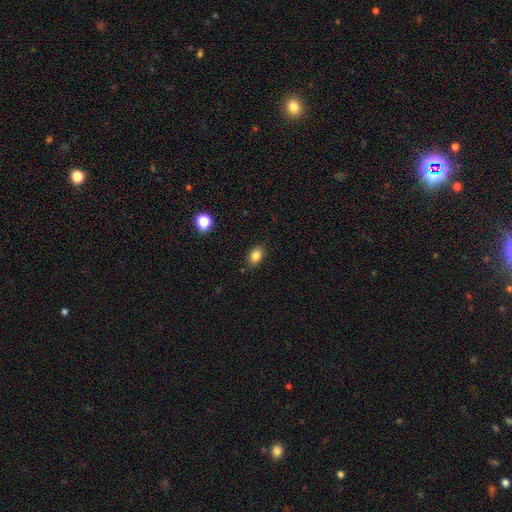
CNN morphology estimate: The model was most divided on "how rounded": in between: 74%, round: 24%, cigar-shaped: 1%. More confident: merging — none (86%); smooth or featured — smooth (83%).